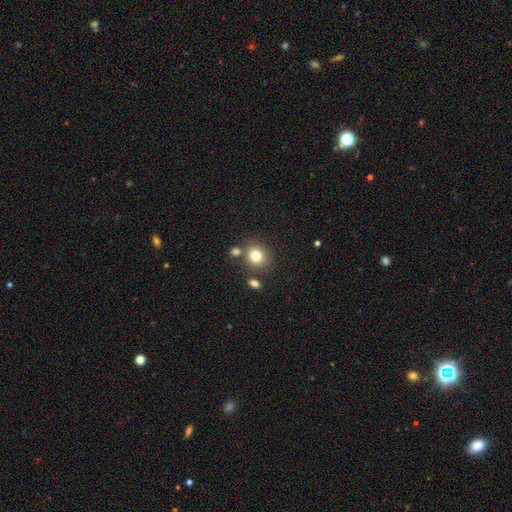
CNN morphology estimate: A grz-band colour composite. It shows a smooth galaxy with no disk features (79%) that is round (82%). Merging: none (75%).